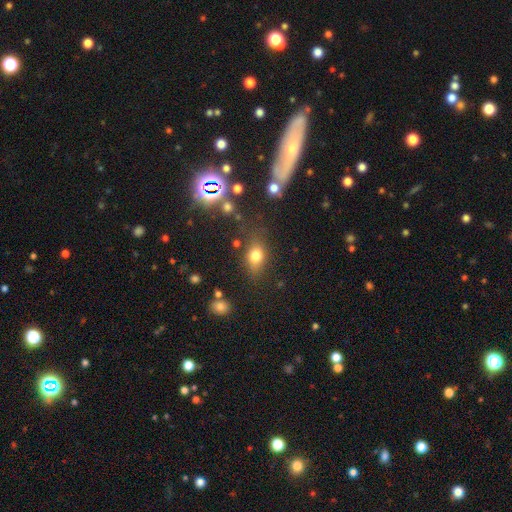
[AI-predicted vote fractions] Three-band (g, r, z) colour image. It shows a smooth galaxy with no disk features (75%) that is in between round and cigar-shaped (69%). Merging: none (72%).